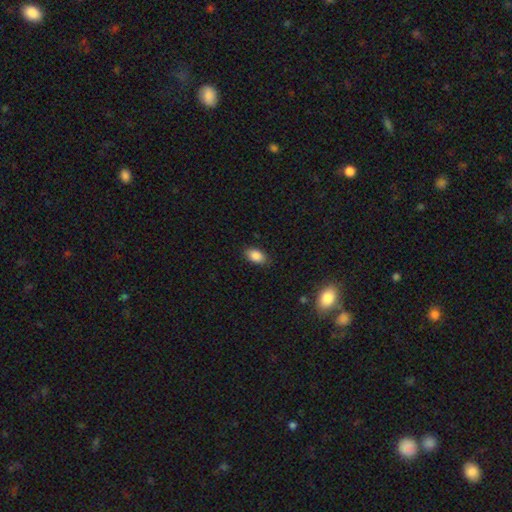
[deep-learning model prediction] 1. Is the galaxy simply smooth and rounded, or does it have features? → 86% smooth, 8% star or artifact, 5% featured or disk.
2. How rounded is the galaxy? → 91% in between, 7% round, 2% cigar-shaped.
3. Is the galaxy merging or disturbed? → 85% none, 11% minor disturbance, 3% major disturbance, 1% merger.